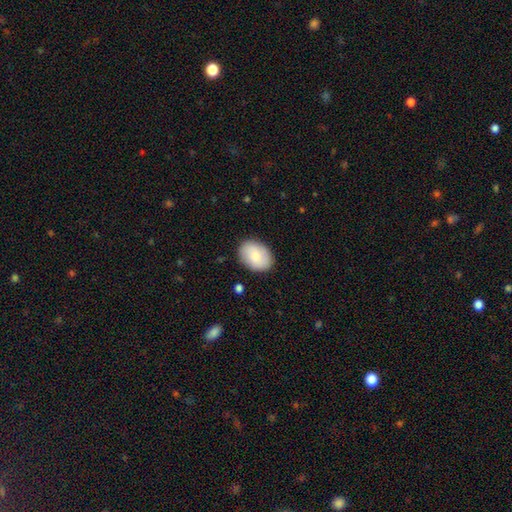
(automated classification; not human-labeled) Overall: smooth (72%). How rounded: in between (74%). Merging: none (86%).